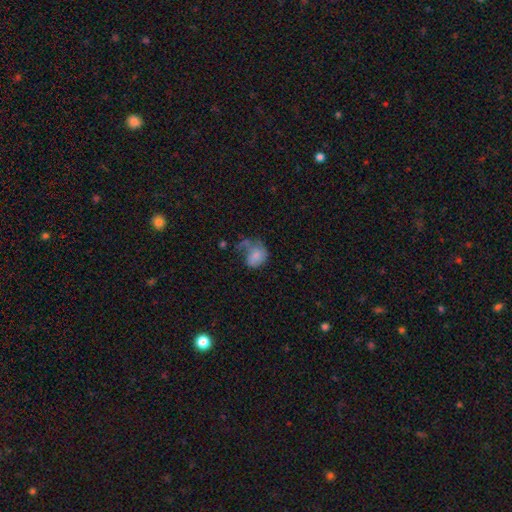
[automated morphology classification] smooth 63%, featured or disk 27%, star or artifact 9%. Down the decision tree: how rounded — in between (52%); merging — major disturbance (42%).